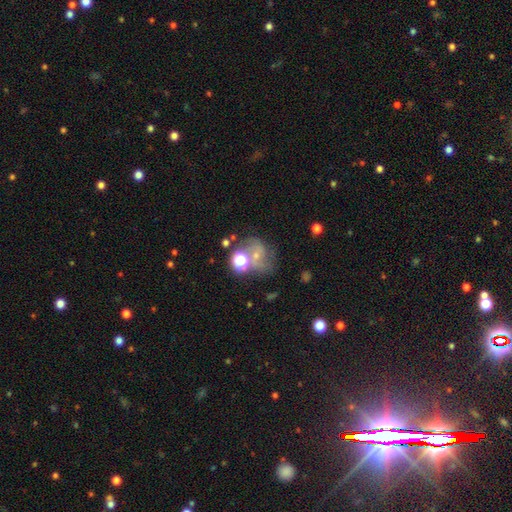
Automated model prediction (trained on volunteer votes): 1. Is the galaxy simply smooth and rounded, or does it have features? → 48% featured or disk, 31% smooth, 20% star or artifact.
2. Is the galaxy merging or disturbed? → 45% none, 19% minor disturbance, 18% merger, 17% major disturbance.